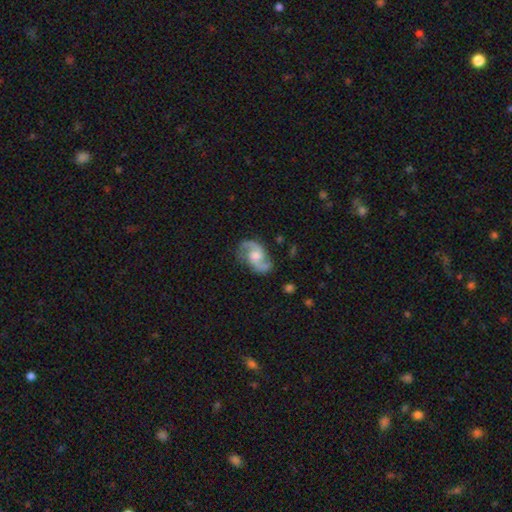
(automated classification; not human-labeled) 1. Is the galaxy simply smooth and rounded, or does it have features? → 88% featured or disk, 7% smooth, 5% star or artifact.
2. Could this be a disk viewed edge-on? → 98% no, 2% yes.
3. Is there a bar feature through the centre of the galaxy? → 52% no, 40% weak, 7% strong.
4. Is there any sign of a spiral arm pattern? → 97% yes, 3% no.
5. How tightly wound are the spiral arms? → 51% medium, 37% loose, 12% tight.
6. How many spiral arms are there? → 93% 2, 2% can't tell, 1% 1, 1% 3, 1% 4, 1% more than 4.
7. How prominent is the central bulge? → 52% moderate, 21% small, 15% large, 10% none, 2% dominant.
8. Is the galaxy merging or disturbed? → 78% none, 15% minor disturbance, 5% major disturbance, 2% merger.